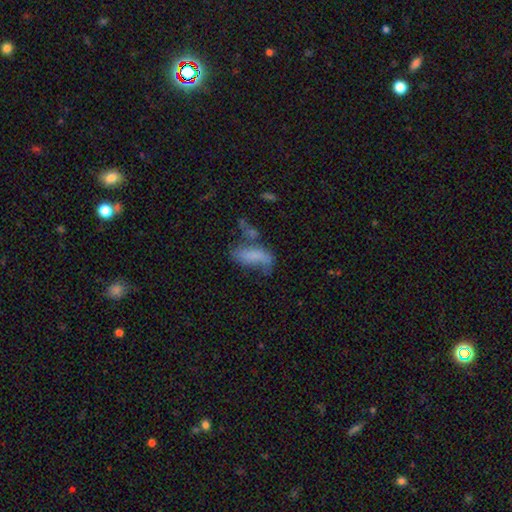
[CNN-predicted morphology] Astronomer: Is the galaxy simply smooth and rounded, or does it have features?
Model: smooth — 64%.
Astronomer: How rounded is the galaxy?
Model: in between — 79%.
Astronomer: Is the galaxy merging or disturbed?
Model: none — 30% (runner-up: major disturbance, 29%).